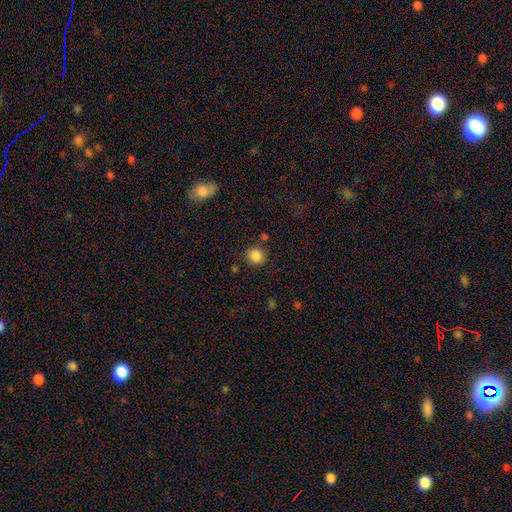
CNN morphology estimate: Overall: smooth (86%). How rounded: round (92%). Merging: none (85%).